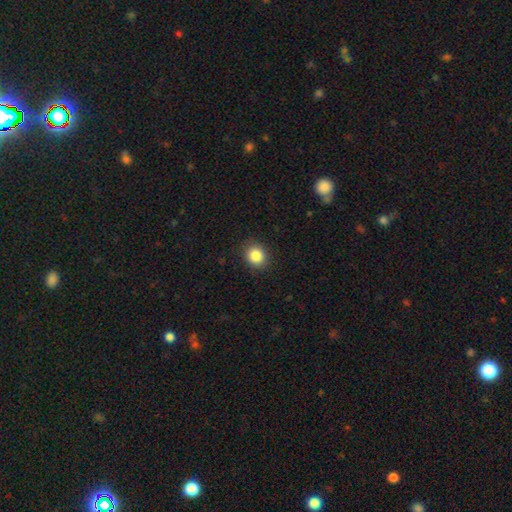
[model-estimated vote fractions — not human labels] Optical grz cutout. It shows a smooth galaxy with no disk features (86%) that is round (73%). Merging: none (89%).